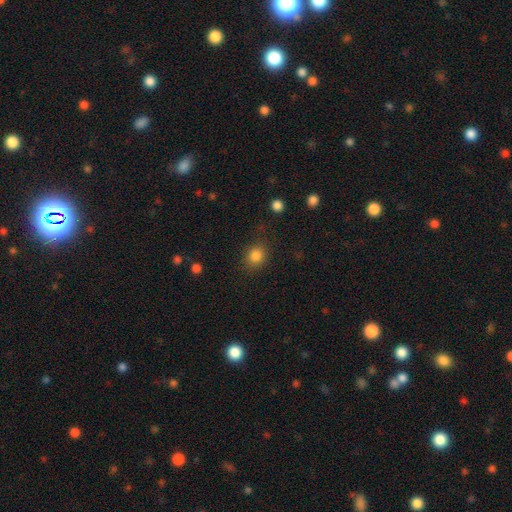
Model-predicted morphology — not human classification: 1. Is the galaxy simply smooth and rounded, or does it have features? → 84% smooth, 11% star or artifact, 5% featured or disk.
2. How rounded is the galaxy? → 72% round, 27% in between, 1% cigar-shaped.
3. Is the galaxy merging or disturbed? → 82% none, 12% minor disturbance, 4% major disturbance, 2% merger.